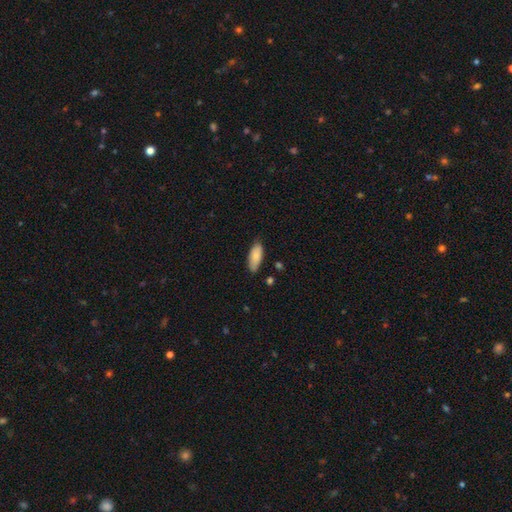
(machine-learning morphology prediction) This is clearly a smooth galaxy (82%). How rounded: clearly in between (83%). Merging: likely none (78%).